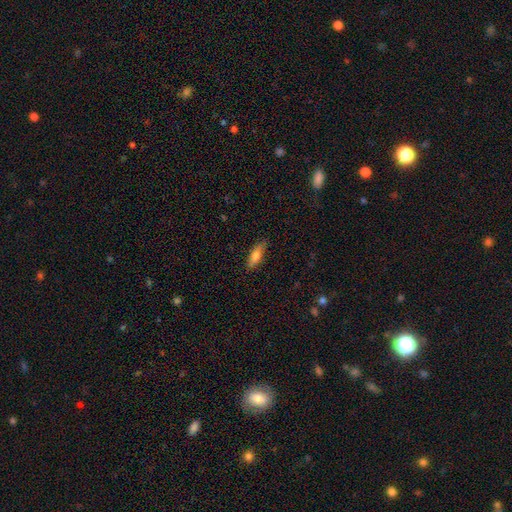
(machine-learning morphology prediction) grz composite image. It shows a smooth galaxy with no disk features (75%) that is in between round and cigar-shaped (60%). Merging: none (81%).